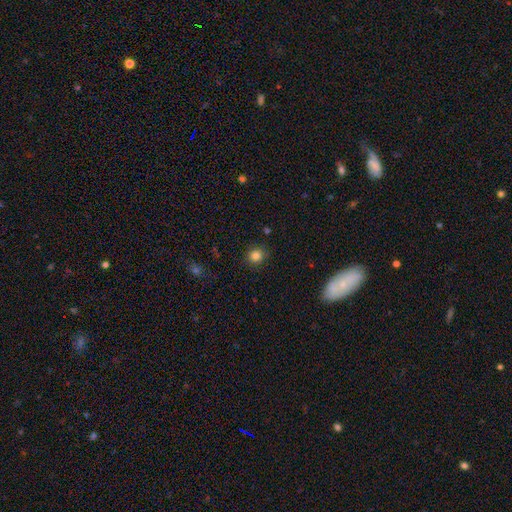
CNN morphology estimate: Smooth or featured: smooth — 83% (star or artifact — 13%)
How rounded: round — 84% (in between — 15%)
Merging: none — 88% (minor disturbance — 8%)